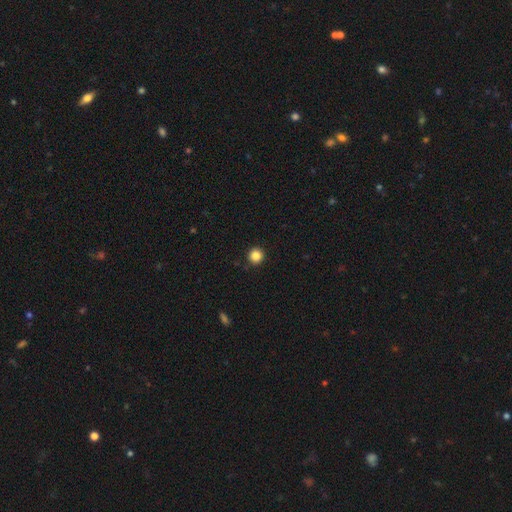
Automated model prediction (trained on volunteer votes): Smooth or featured? Predicted: smooth (p=0.86). How rounded? Predicted: round (p=0.95). Merging? Predicted: none (p=0.91).